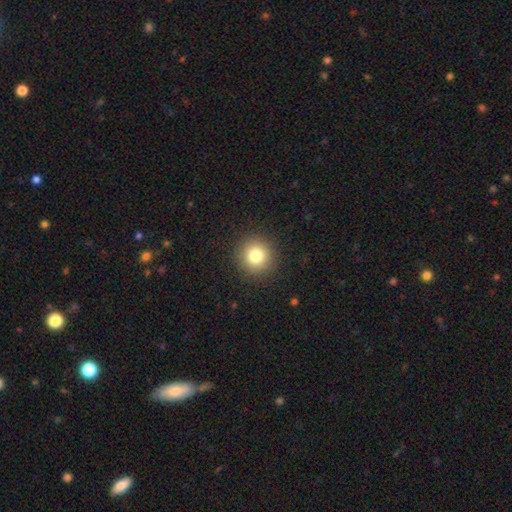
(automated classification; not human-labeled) Overall: smooth (79%). How rounded: round (94%). Merging: none (91%).